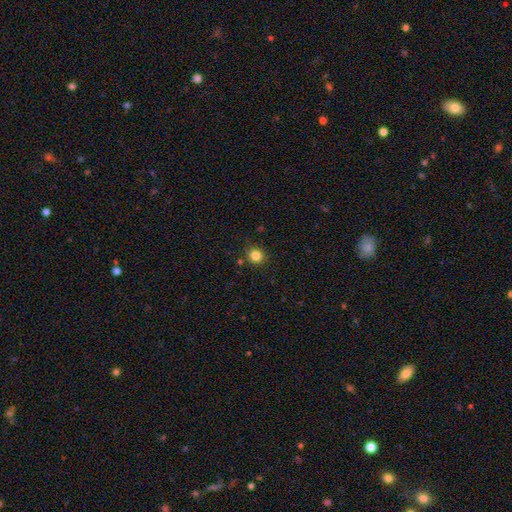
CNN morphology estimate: Smooth or featured?
  - smooth: 83% *
  - star or artifact: 13%
  - featured or disk: 4%
How rounded?
  - round: 88% *
  - in between: 11%
  - cigar-shaped: 1%
Merging?
  - none: 87% *
  - minor disturbance: 8%
  - merger: 3%
  - major disturbance: 2%